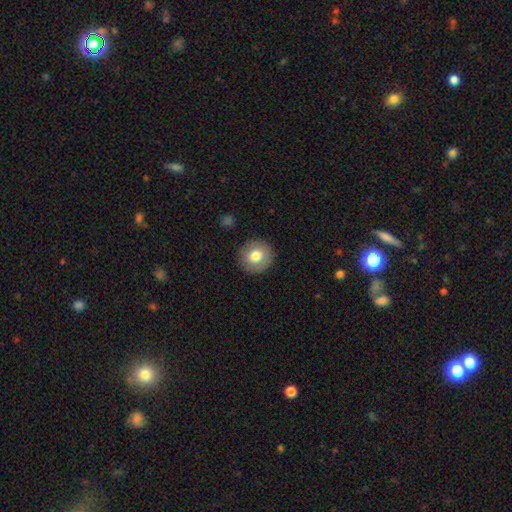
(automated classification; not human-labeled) Smooth or featured? smooth (77%)
How rounded? round (91%)
Merging? none (90%)